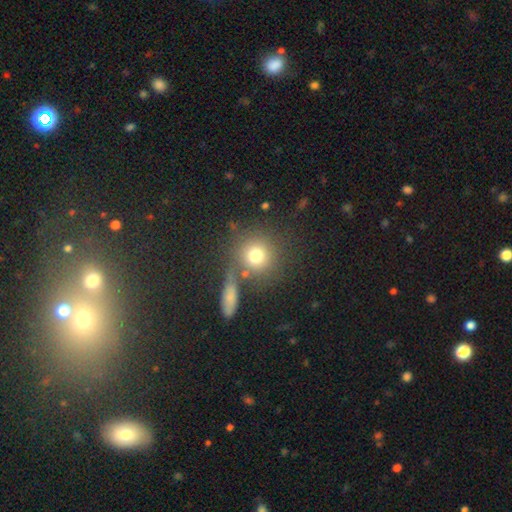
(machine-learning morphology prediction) smooth_or_featured: smooth (p=0.74) [alt: star or artifact p=0.14]
how_rounded: round (p=0.89) [alt: in between p=0.09]
merging: none (p=0.70) [alt: merger p=0.14]